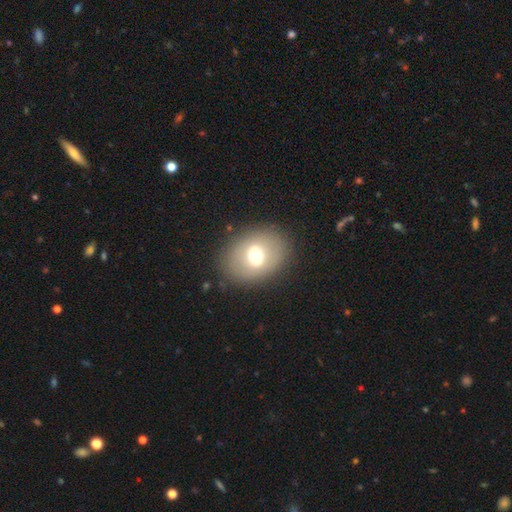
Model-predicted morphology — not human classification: smooth-or-featured: smooth: 62% | featured or disk: 28% | star or artifact: 10%
  how-rounded: in between: 62% | round: 37% | cigar-shaped: 1%
  merging: none: 85% | minor disturbance: 10% | major disturbance: 5% | merger: 1%